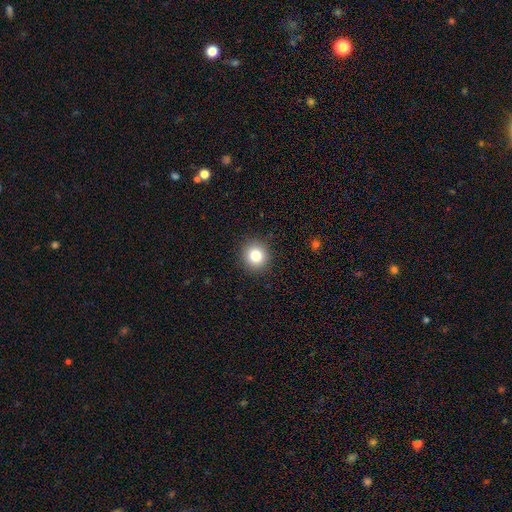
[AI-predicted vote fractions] The model was most divided on "smooth or featured": smooth: 82%, star or artifact: 11%, featured or disk: 7%. More confident: merging — none (91%); how rounded — round (88%).